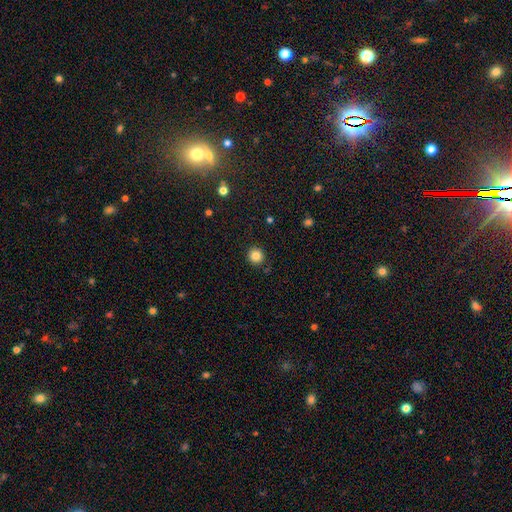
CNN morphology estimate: This is clearly a smooth galaxy (85%). How rounded: clearly round (94%). Merging: clearly none (90%).